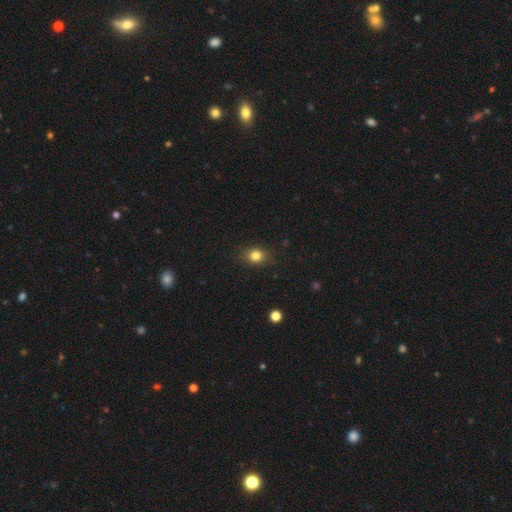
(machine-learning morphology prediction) smooth 82%, star or artifact 12%, featured or disk 7%. Down the decision tree: how rounded — round (57%); merging — none (85%).